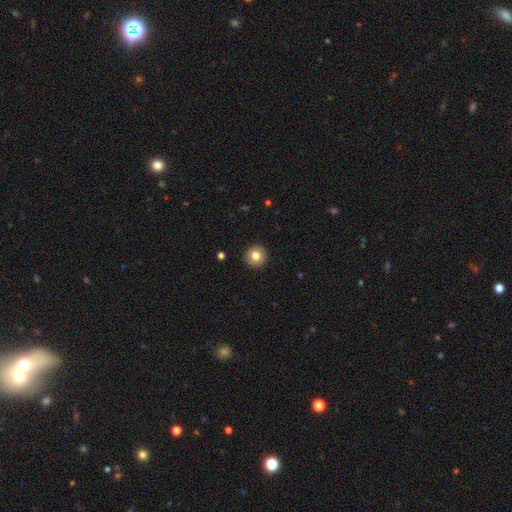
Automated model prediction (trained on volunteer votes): This is clearly a smooth galaxy (82%). How rounded: clearly round (95%). Merging: clearly none (93%).